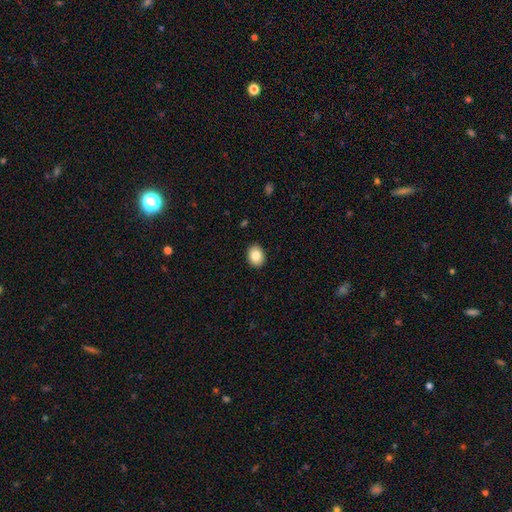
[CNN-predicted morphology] A smooth galaxy with no disk features (85%) that is in between round and cigar-shaped (58%). Merging: none (91%).